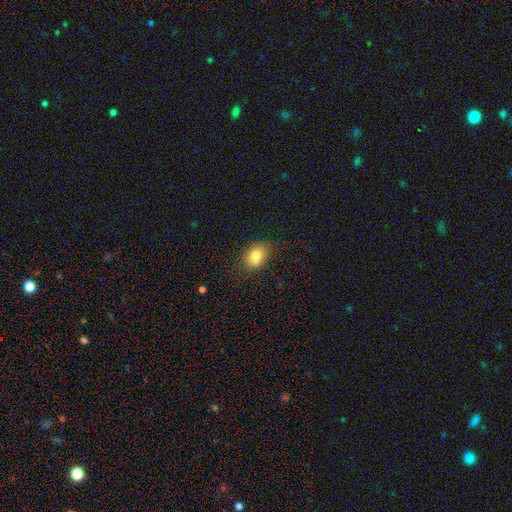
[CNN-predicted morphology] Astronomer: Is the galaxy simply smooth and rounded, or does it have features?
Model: smooth — 78%.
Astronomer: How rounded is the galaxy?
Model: in between — 64%.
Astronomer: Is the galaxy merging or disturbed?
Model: none — 76%.